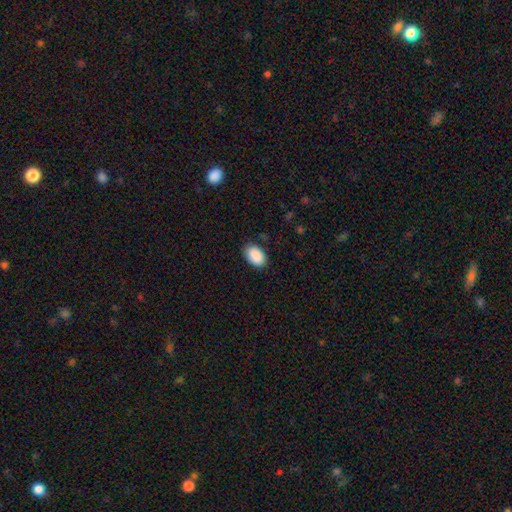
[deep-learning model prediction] Smooth or featured? smooth (91%)
How rounded? in between (91%)
Merging? none (84%)